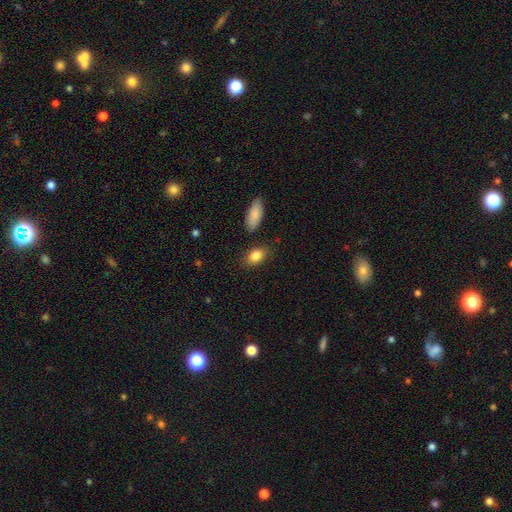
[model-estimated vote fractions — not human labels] smooth-or-featured: smooth: 85% | star or artifact: 8% | featured or disk: 7%
  how-rounded: in between: 81% | round: 17% | cigar-shaped: 2%
  merging: none: 82% | minor disturbance: 11% | merger: 4% | major disturbance: 3%